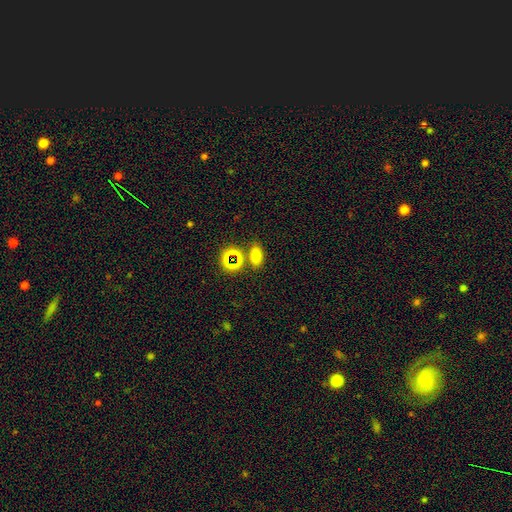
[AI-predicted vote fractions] Q: Smooth or featured?
A: smooth (70%); runner-up: star or artifact (21%)
Q: How rounded?
A: in between (83%); runner-up: round (13%)
Q: Merging?
A: none (75%); runner-up: merger (11%)